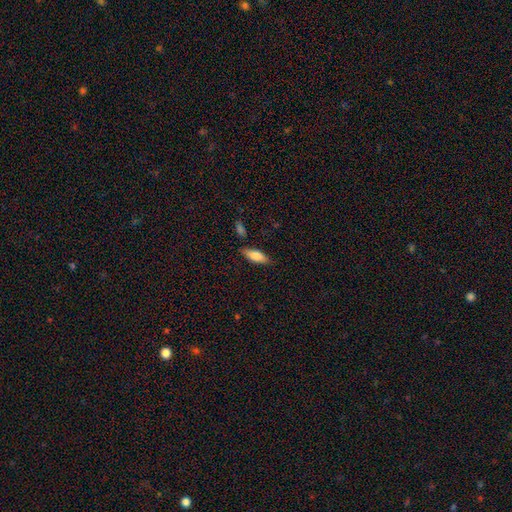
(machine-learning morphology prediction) Smooth or featured: smooth — 77% (featured or disk — 17%)
How rounded: in between — 70% (cigar-shaped — 28%)
Merging: none — 81% (minor disturbance — 13%)